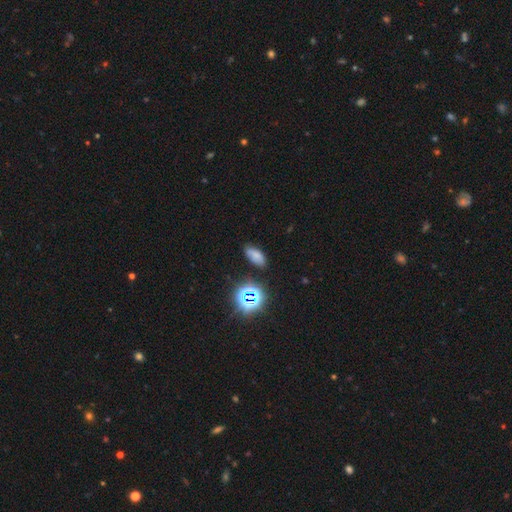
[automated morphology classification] smooth_or_featured: smooth (p=0.66) [alt: star or artifact p=0.22]
how_rounded: in between (p=0.89) [alt: cigar-shaped p=0.06]
merging: none (p=0.79) [alt: minor disturbance p=0.15]